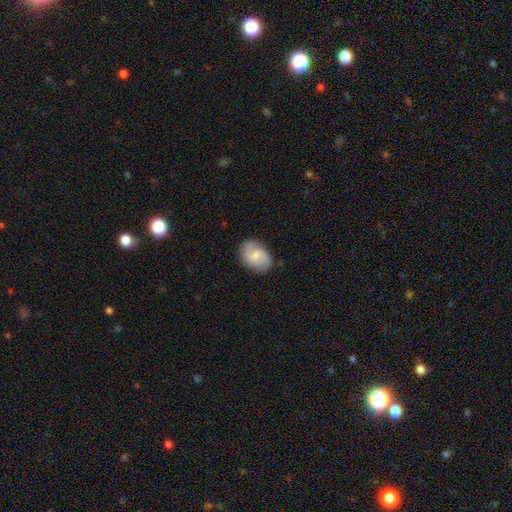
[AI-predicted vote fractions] Morphology: type=featured or disk (53%); edge-on=no (97%); bar=weak (52%); spiral arms=yes (91%); bulge=small (47%); merging=none (79%).